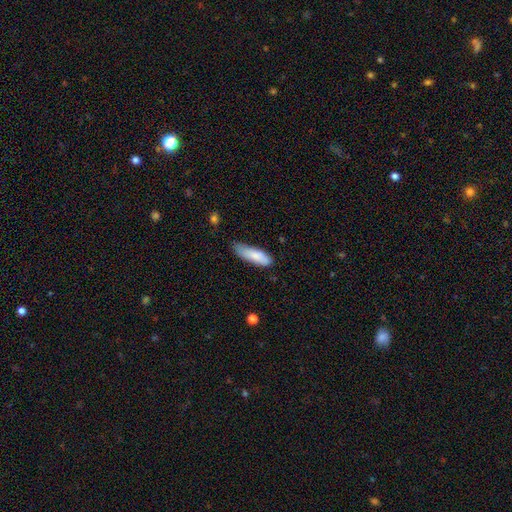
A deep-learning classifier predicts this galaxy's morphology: A smooth galaxy with no disk features (83%) that is cigar-shaped (51%). Merging: none (62%).